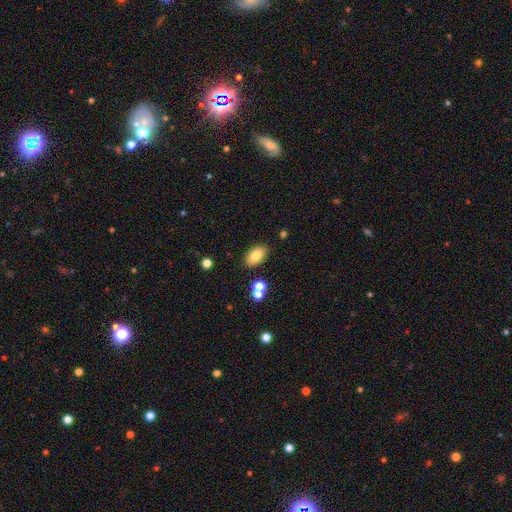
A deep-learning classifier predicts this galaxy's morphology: A smooth galaxy with no disk features (80%) that is in between round and cigar-shaped (92%).

Vote fractions:
- Smooth or featured? smooth: 80% / featured or disk: 11% / star or artifact: 9%
- How rounded? in between: 92% / round: 6% / cigar-shaped: 2%
- Merging? none: 84% / minor disturbance: 10% / merger: 4% / major disturbance: 3%